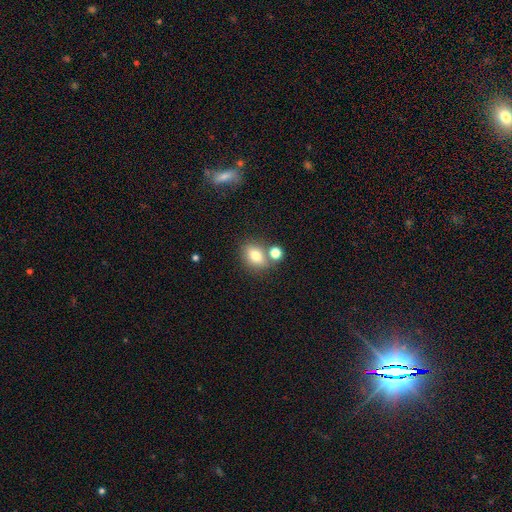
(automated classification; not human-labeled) Smooth or featured?
  - smooth: 74% *
  - featured or disk: 15%
  - star or artifact: 12%
How rounded?
  - in between: 60% *
  - round: 37%
  - cigar-shaped: 3%
Merging?
  - none: 63% *
  - merger: 21%
  - minor disturbance: 12%
  - major disturbance: 4%